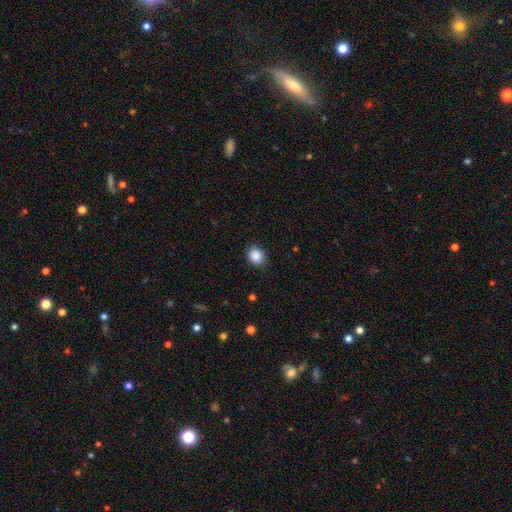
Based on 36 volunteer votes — Q: Smooth or featured?
A: smooth (94%); runner-up: featured or disk (3%)
Q: How rounded?
A: round (74%); runner-up: in between (26%)
Q: Merging?
A: none (94%); runner-up: minor disturbance (6%)